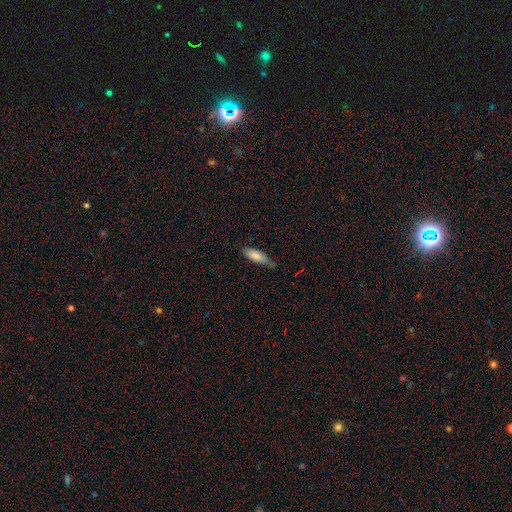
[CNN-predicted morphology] Q: Smooth or featured?
A: smooth (83%); runner-up: featured or disk (11%)
Q: How rounded?
A: in between (58%); runner-up: cigar-shaped (40%)
Q: Merging?
A: none (65%); runner-up: minor disturbance (28%)